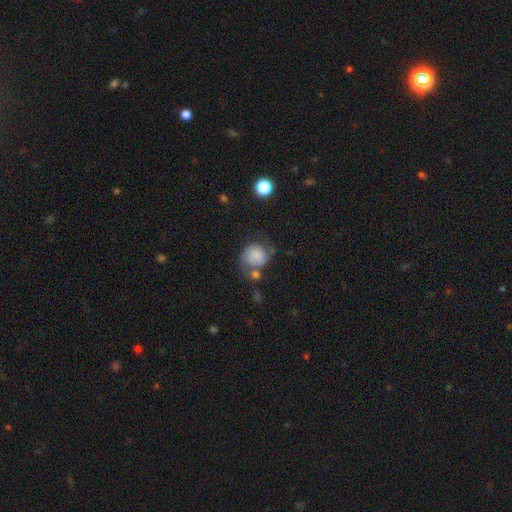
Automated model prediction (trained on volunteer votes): Q: Smooth or featured?
A: smooth (68%); runner-up: featured or disk (23%)
Q: How rounded?
A: round (74%); runner-up: in between (25%)
Q: Merging?
A: none (45%); runner-up: minor disturbance (25%)